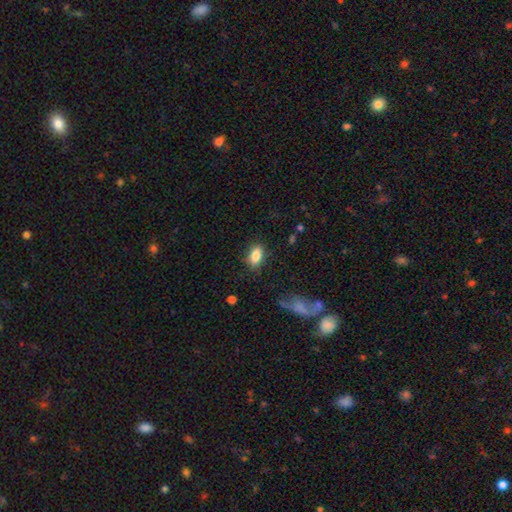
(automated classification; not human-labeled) Smooth or featured?
  - smooth: 84% *
  - star or artifact: 8%
  - featured or disk: 8%
How rounded?
  - in between: 88% *
  - cigar-shaped: 6%
  - round: 6%
Merging?
  - none: 82% *
  - minor disturbance: 13%
  - major disturbance: 3%
  - merger: 2%